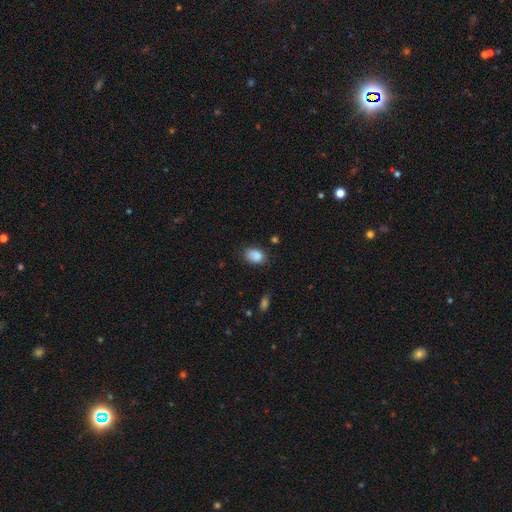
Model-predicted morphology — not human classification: smooth-or-featured: smooth: 88% | star or artifact: 8% | featured or disk: 4%
  how-rounded: in between: 79% | round: 20% | cigar-shaped: 1%
  merging: none: 74% | minor disturbance: 20% | major disturbance: 4% | merger: 2%